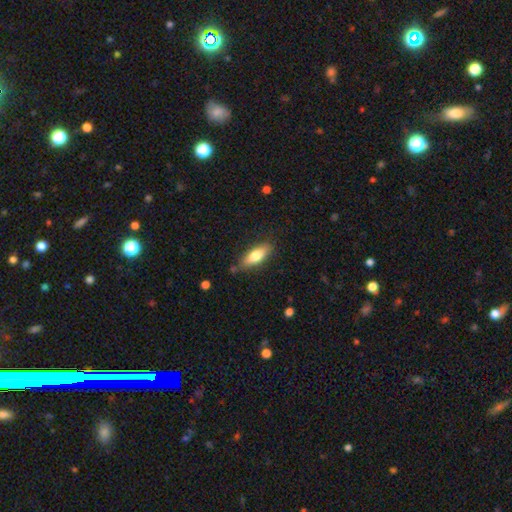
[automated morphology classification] type=smooth (74%); roundness=in between (64%); merging=none (78%).